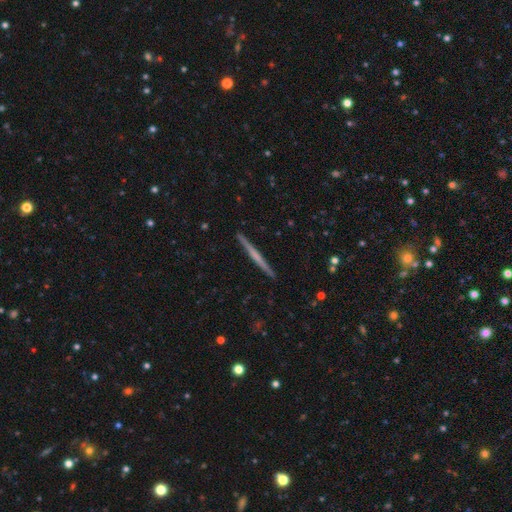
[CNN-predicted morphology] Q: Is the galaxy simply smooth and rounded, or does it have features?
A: featured or disk — 55%.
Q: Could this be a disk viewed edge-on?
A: yes — 98%.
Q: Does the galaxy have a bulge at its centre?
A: none — 78%.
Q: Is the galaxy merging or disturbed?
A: none — 92%.